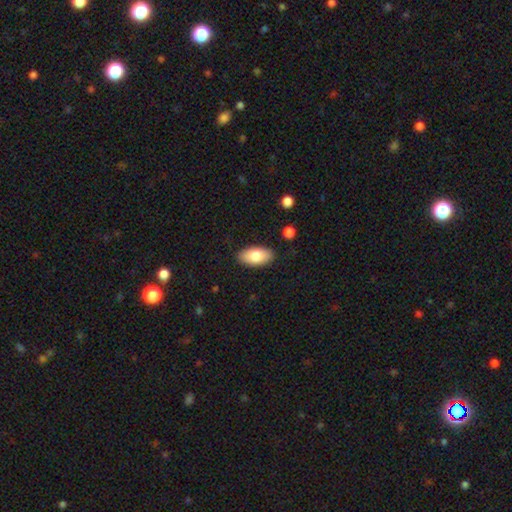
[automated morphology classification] Smooth or featured? Predicted: smooth (p=0.81). How rounded? Predicted: in between (p=0.94). Merging? Predicted: none (p=0.87).